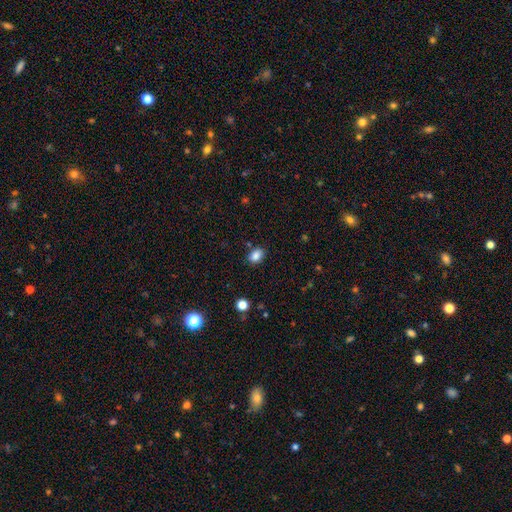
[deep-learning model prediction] Overall: smooth (85%). How rounded: in between (75%). Merging: none (84%).